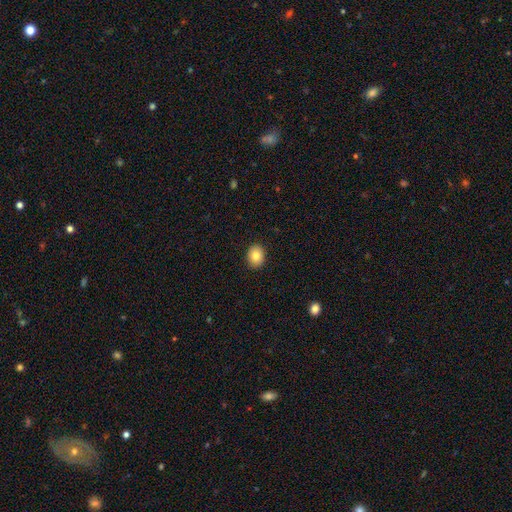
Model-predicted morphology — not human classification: Q: Smooth or featured?
A: smooth (85%); runner-up: star or artifact (8%)
Q: How rounded?
A: in between (54%); runner-up: round (45%)
Q: Merging?
A: none (91%); runner-up: minor disturbance (7%)